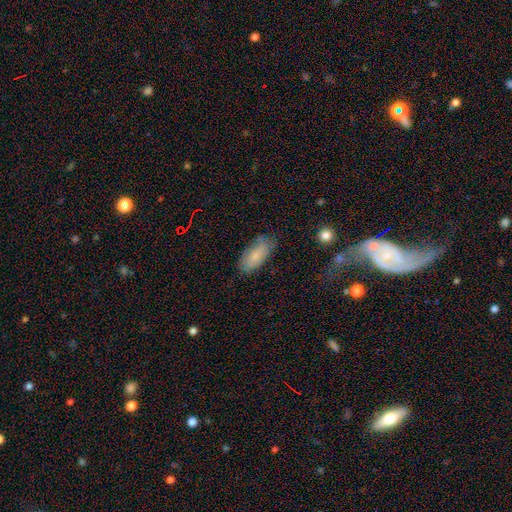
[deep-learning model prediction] smooth_or_featured: smooth (p=0.76) [alt: featured or disk p=0.17]
how_rounded: in between (p=0.88) [alt: cigar-shaped p=0.10]
merging: none (p=0.67) [alt: minor disturbance p=0.25]